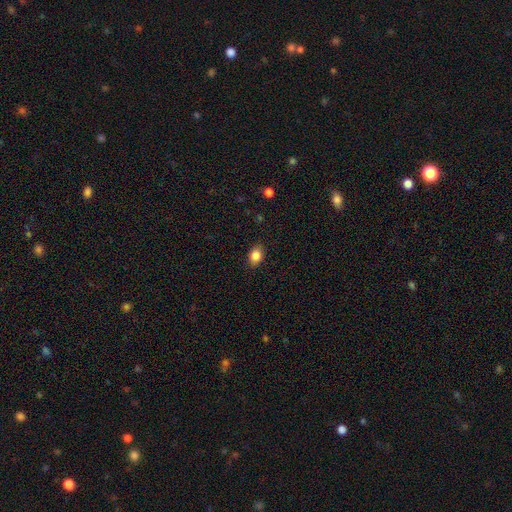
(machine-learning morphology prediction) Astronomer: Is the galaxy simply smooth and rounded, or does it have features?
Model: smooth — 85%.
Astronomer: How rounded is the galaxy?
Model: in between — 71%.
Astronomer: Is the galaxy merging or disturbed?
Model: none — 86%.